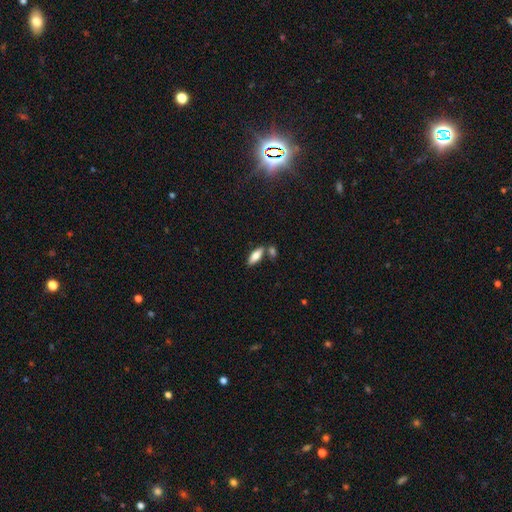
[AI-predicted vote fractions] Q: Smooth or featured?
A: smooth (74%); runner-up: featured or disk (19%)
Q: How rounded?
A: in between (68%); runner-up: cigar-shaped (29%)
Q: Merging?
A: none (69%); runner-up: merger (17%)